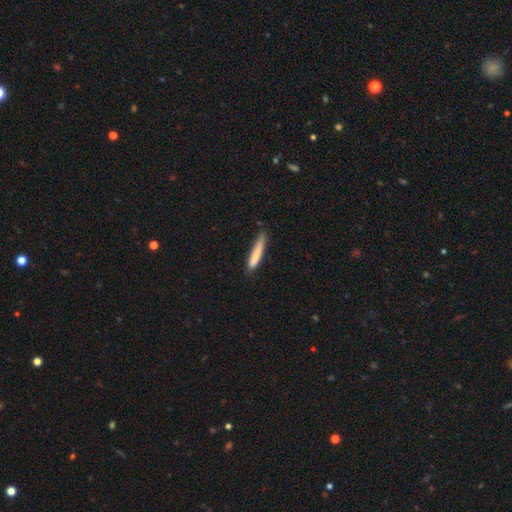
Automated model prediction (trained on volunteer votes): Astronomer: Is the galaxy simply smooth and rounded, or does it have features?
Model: smooth — 78%.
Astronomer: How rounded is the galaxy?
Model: cigar-shaped — 93%.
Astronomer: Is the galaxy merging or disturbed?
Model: none — 69%.